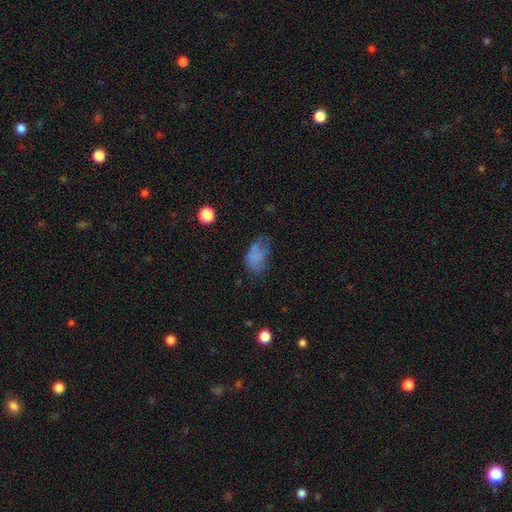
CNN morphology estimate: Smooth or featured? smooth (68%)
How rounded? in between (89%)
Merging? none (37%)